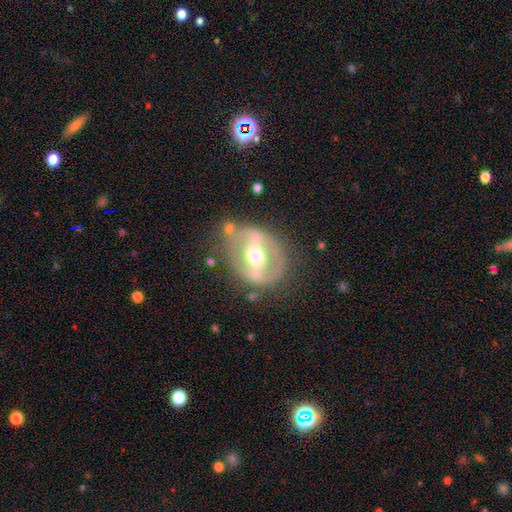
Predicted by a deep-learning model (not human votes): smooth-or-featured: featured or disk: 73% | smooth: 21% | star or artifact: 6%
  disk-edge-on: no: 91% | yes: 9%
    bar: strong: 57% | weak: 26% | no: 17%
    has-spiral-arms: no: 69% | yes: 31%
    bulge-size: moderate: 70% | large: 16% | small: 11% | dominant: 1% | none: 1%
  merging: none: 68% | minor disturbance: 18% | major disturbance: 10% | merger: 4%